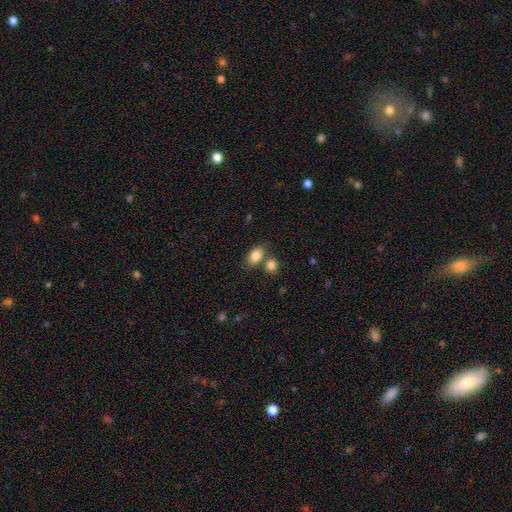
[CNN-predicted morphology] type=smooth (85%); roundness=in between (86%); merging=none (61%).